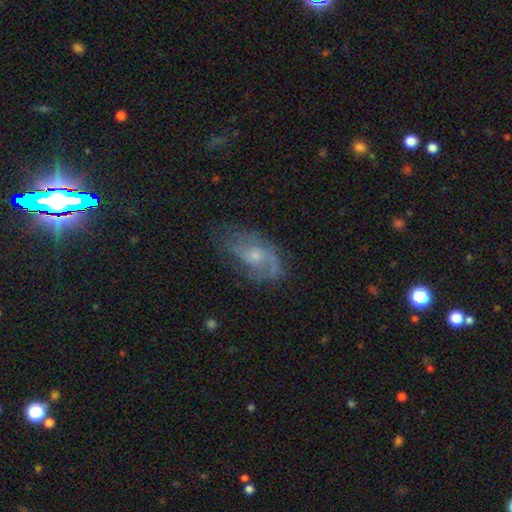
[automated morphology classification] Overall: featured or disk (71%). Edge-on disk: no (95%). Bar: no (67%; weak 30%). Spiral arms: yes (85%). Spiral arm count: 2 (54%; can't tell 22%). Spiral winding: medium (44%; loose 34%). Bulge size: small (53%; moderate 39%). Merging: none (57%; minor disturbance 25%).